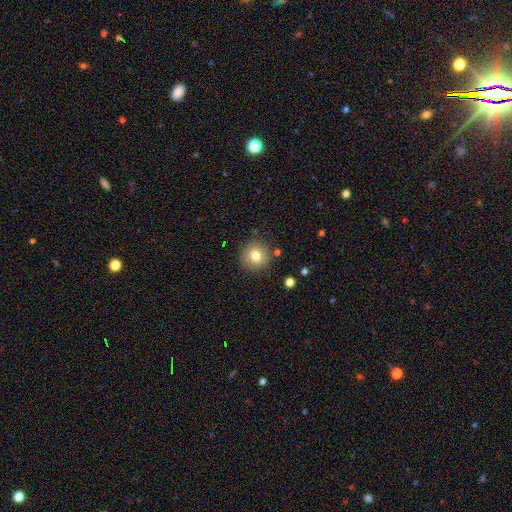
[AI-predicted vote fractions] Smooth or featured? smooth (78%)
How rounded? round (92%)
Merging? none (87%)